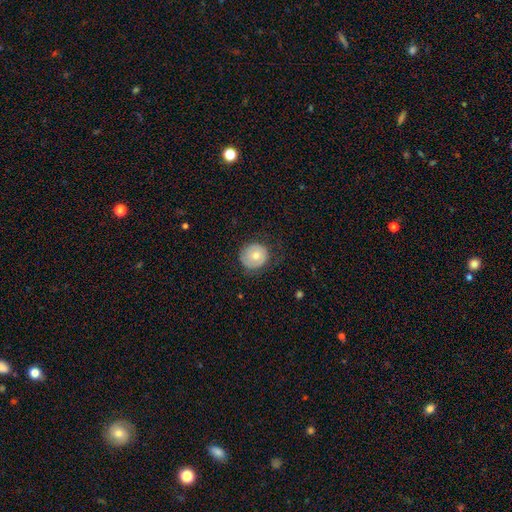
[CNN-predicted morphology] This appears to be a smooth galaxy with no disk features (69%) that is round (89%). Merging: none (71%).